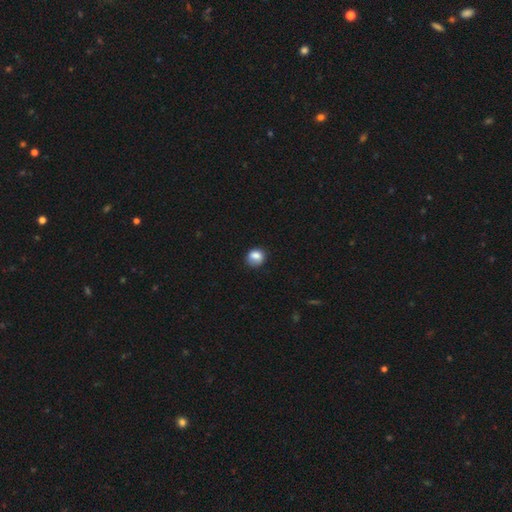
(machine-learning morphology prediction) This appears to be a smooth galaxy with no disk features (83%) that is round (64%). Merging: none (69%).